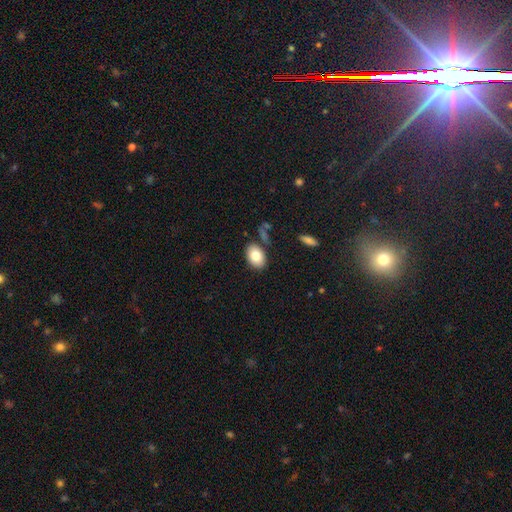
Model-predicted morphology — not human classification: Smooth or featured? smooth (82%)
How rounded? in between (88%)
Merging? none (82%)